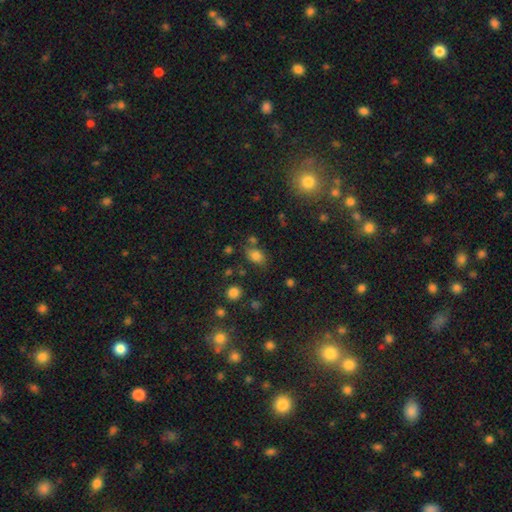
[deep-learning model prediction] smooth-or-featured: smooth: 78% | star or artifact: 14% | featured or disk: 8%
  how-rounded: in between: 78% | round: 20% | cigar-shaped: 2%
  merging: none: 65% | minor disturbance: 18% | merger: 12% | major disturbance: 6%